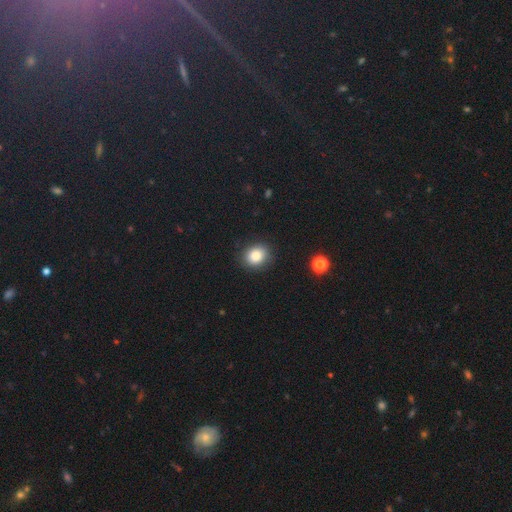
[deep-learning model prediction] smooth-or-featured: smooth: 84% | star or artifact: 10% | featured or disk: 6%
  how-rounded: round: 63% | in between: 37% | cigar-shaped: 1%
  merging: none: 87% | minor disturbance: 9% | major disturbance: 2% | merger: 1%